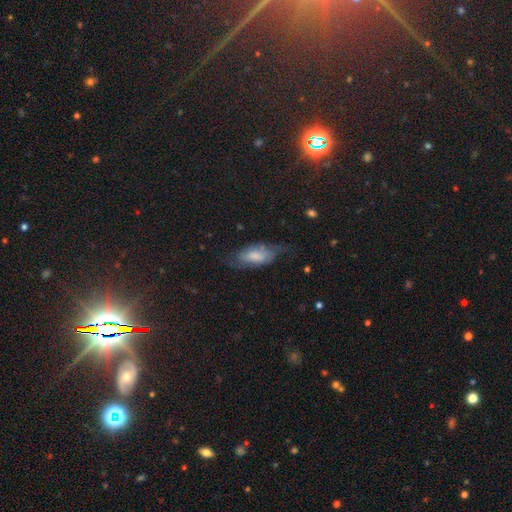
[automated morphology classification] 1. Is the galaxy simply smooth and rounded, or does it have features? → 52% smooth, 40% featured or disk, 8% star or artifact.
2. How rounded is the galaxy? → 88% in between, 9% cigar-shaped, 3% round.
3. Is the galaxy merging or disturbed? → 48% none, 29% minor disturbance, 21% major disturbance, 2% merger.